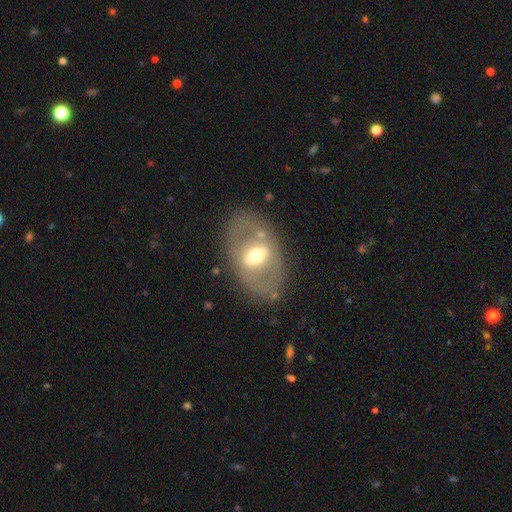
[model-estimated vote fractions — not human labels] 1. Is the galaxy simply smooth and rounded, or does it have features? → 64% featured or disk, 29% smooth, 7% star or artifact.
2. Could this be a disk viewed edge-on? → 87% no, 13% yes.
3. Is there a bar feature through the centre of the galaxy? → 46% strong, 32% weak, 22% no.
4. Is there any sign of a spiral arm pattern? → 85% no, 15% yes.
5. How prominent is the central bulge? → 65% moderate, 17% small, 15% large, 2% dominant, 1% none.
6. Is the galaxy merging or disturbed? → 77% none, 13% minor disturbance, 8% major disturbance, 2% merger.